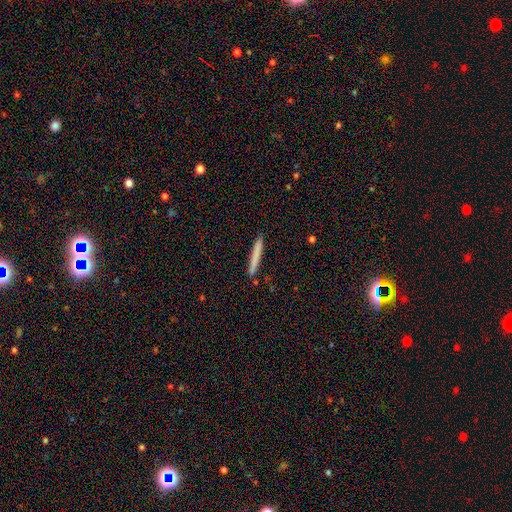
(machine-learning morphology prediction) Overall: smooth (75%). How rounded: cigar-shaped (97%). Merging: none (91%).